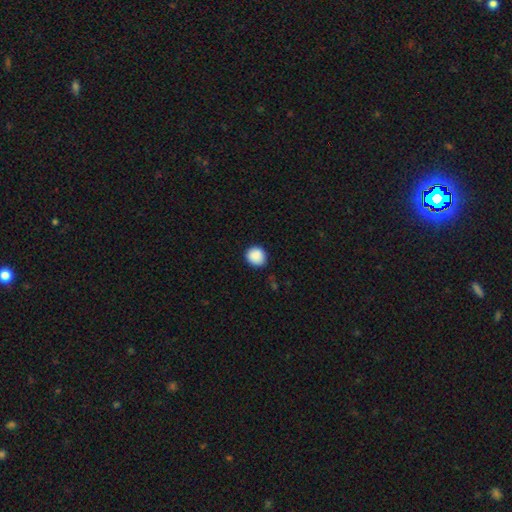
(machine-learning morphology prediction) Smooth or featured: smooth — 89% (star or artifact — 8%)
How rounded: round — 87% (in between — 12%)
Merging: none — 87% (minor disturbance — 10%)